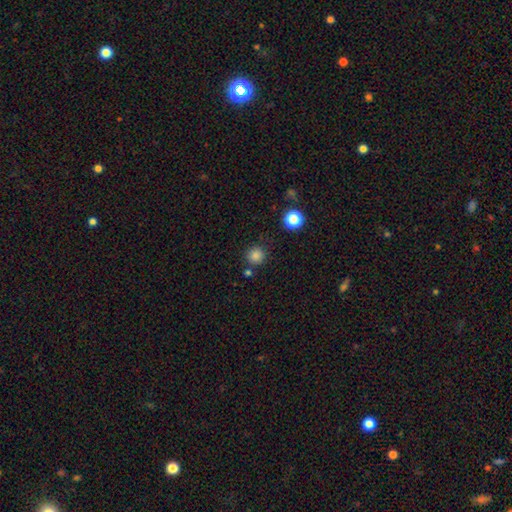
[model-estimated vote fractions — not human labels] Smooth or featured? smooth (83%)
How rounded? round (93%)
Merging? none (82%)